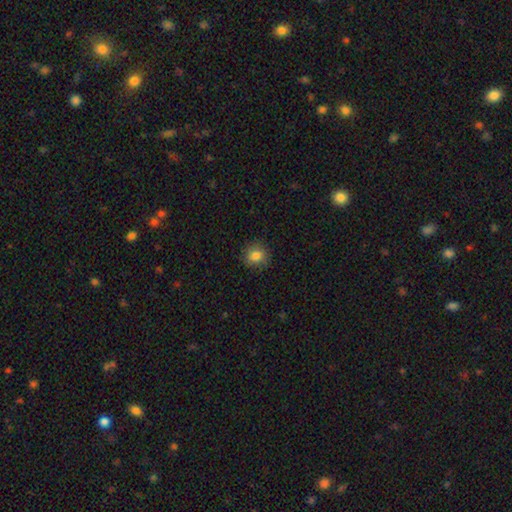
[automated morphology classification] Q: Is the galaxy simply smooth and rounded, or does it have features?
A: smooth — 83%.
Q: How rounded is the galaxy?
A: round — 80%.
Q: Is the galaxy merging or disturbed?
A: none — 87%.